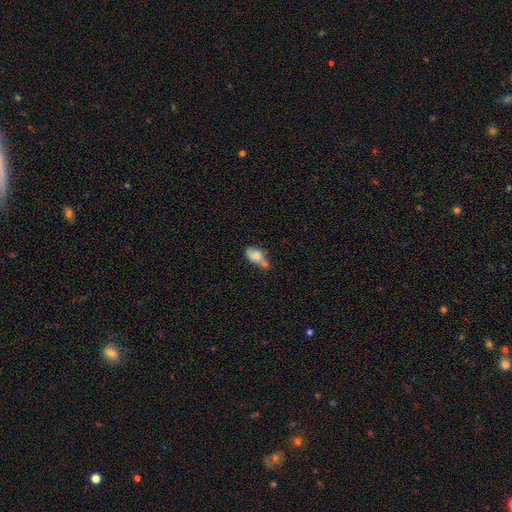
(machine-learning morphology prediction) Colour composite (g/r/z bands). It shows a smooth galaxy with no disk features (71%) that is in between round and cigar-shaped (85%). Merging: none (33%).